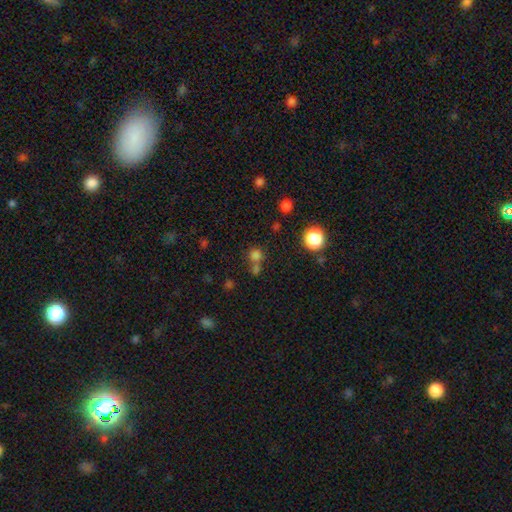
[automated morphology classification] Smooth or featured?
  - smooth: 48% *
  - star or artifact: 44%
  - featured or disk: 8%
Merging?
  - none: 68% *
  - merger: 20%
  - minor disturbance: 8%
  - major disturbance: 4%